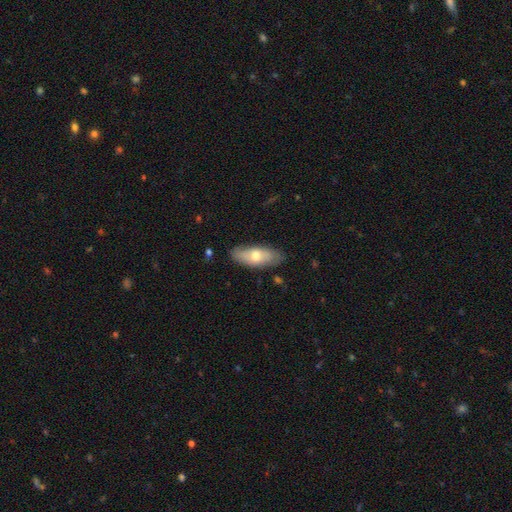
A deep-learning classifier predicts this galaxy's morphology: This appears to be a smooth galaxy with no disk features (61%) that is in between round and cigar-shaped (80%). Merging: none (81%).